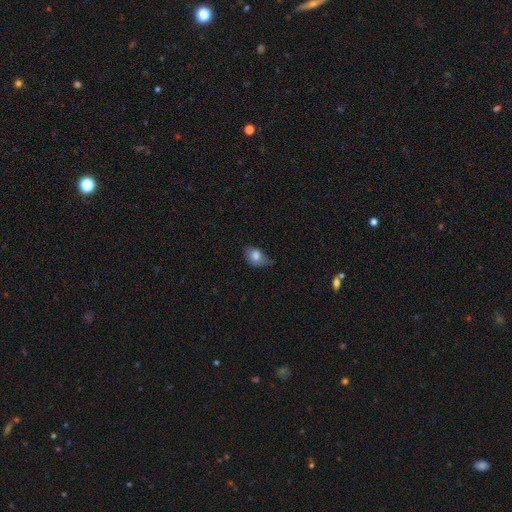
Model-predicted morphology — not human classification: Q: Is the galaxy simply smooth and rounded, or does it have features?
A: smooth — 80%.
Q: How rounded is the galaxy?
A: in between — 76%.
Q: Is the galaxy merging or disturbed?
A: none — 44%.